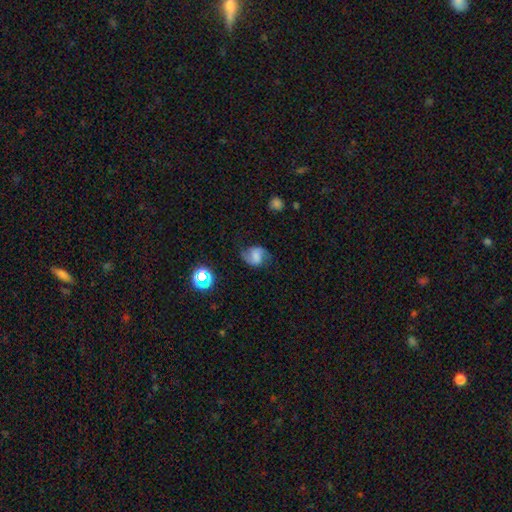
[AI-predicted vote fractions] The model was most divided on "bar": weak: 43%, no: 34%, strong: 24%. Remaining: edge-on disk — no (97%); spiral arms — yes (90%); merging — none (66%); smooth or featured — featured or disk (56%); bulge size — none (35%).